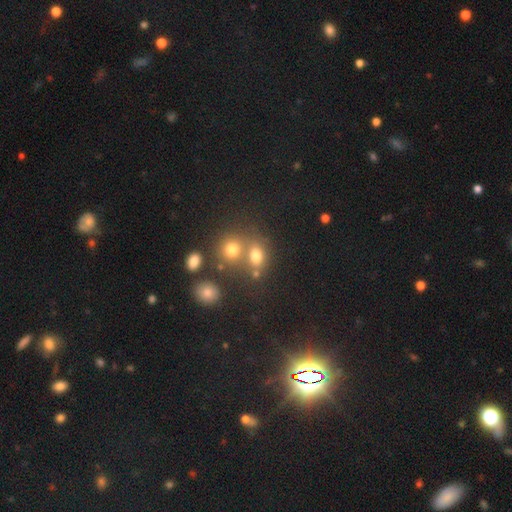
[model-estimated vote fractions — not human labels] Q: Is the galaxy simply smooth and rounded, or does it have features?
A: smooth — 72%.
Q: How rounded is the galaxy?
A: in between — 50%.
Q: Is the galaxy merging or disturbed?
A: none — 48%.